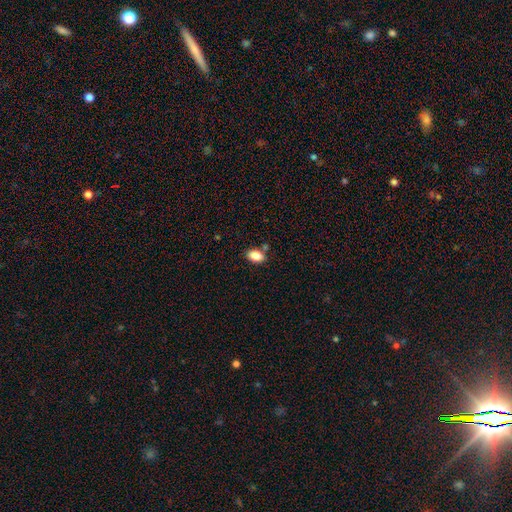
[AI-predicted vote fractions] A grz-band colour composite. It shows a smooth galaxy with no disk features (87%) that is in between round and cigar-shaped (88%). Merging: none (77%).